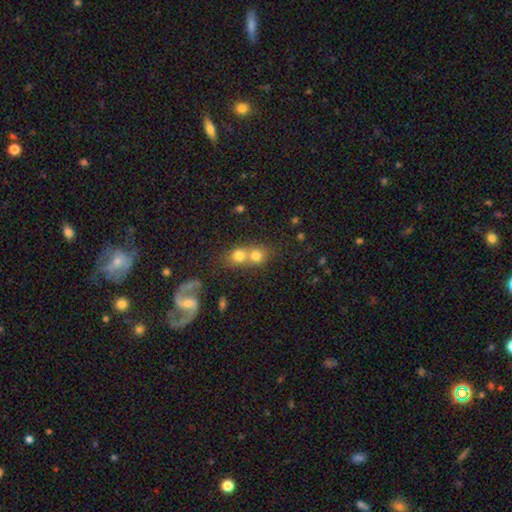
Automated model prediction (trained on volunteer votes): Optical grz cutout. It shows a smooth galaxy with no disk features (74%) that is round (79%). Merging: merger (64%).